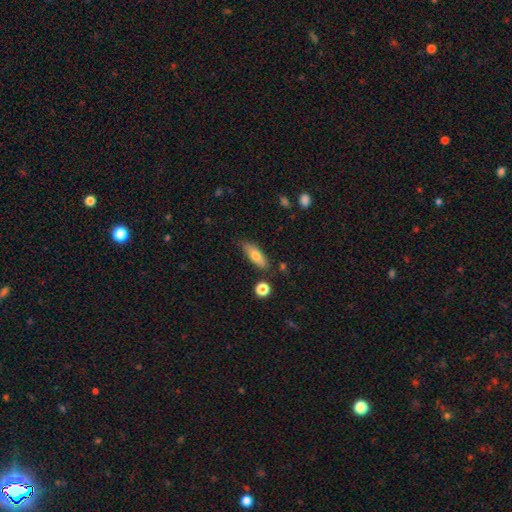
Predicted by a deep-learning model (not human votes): Smooth or featured? Predicted: smooth (p=0.73). How rounded? Predicted: in between (p=0.61). Merging? Predicted: none (p=0.79).